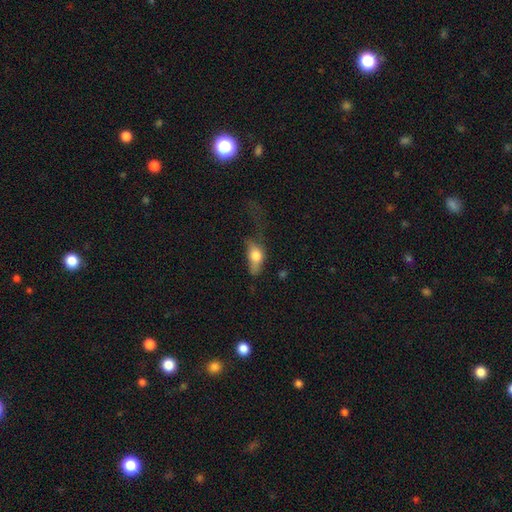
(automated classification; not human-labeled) This is likely a smooth galaxy (72%). How rounded: likely in between (79%). Merging: possibly major disturbance (48%).